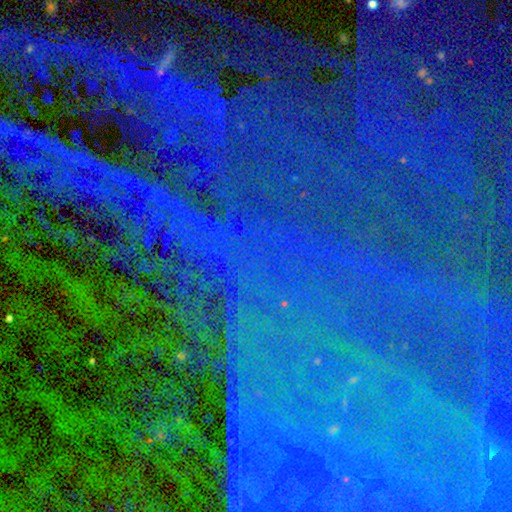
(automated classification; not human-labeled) This appears to be a star or artifact, not a galaxy (85%).